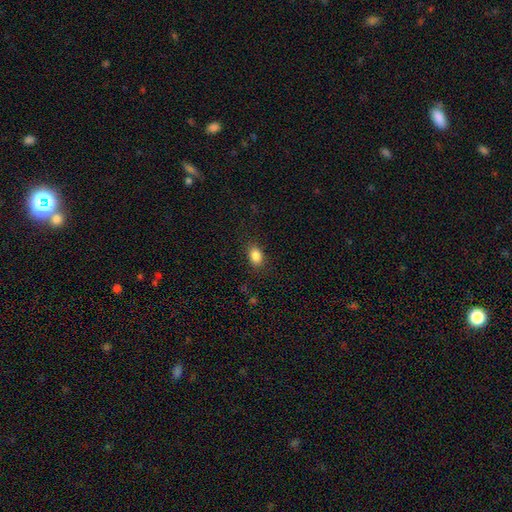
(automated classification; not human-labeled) smooth_or_featured: smooth (p=0.86) [alt: star or artifact p=0.10]
how_rounded: in between (p=0.77) [alt: round p=0.22]
merging: none (p=0.86) [alt: minor disturbance p=0.10]